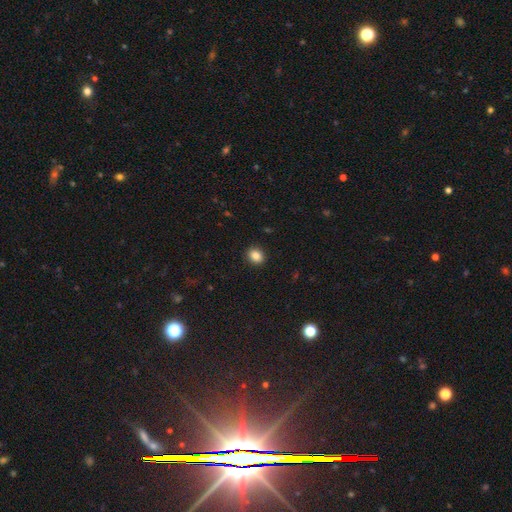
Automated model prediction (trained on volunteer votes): Smooth or featured? Predicted: smooth (p=0.86). How rounded? Predicted: round (p=0.61). Merging? Predicted: none (p=0.91).